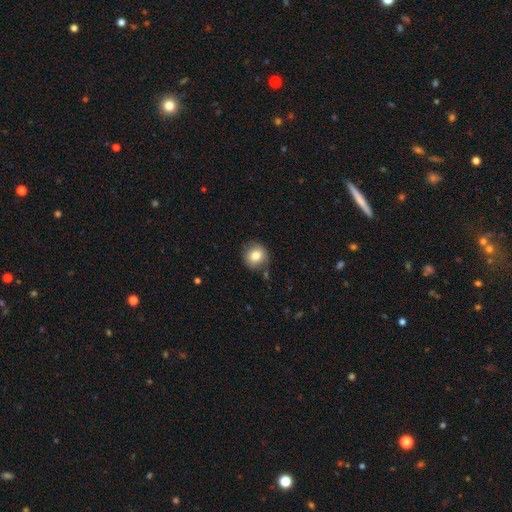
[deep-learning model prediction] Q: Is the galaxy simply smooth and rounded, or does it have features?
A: smooth — 80%.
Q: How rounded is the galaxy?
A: round — 89%.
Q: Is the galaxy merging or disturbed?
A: none — 80%.